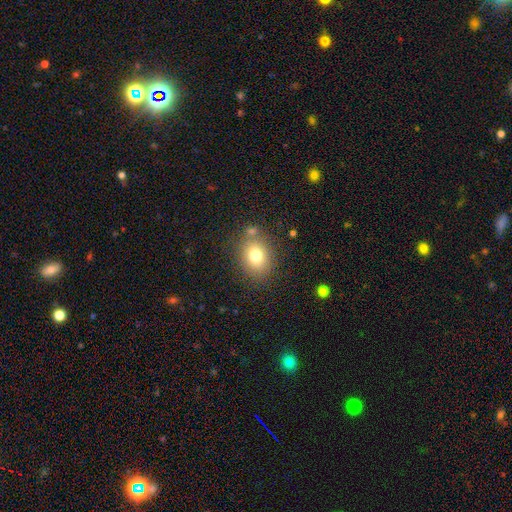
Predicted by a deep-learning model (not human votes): smooth_or_featured: smooth (p=0.76) [alt: featured or disk p=0.12]
how_rounded: in between (p=0.50) [alt: round p=0.49]
merging: none (p=0.76) [alt: minor disturbance p=0.12]